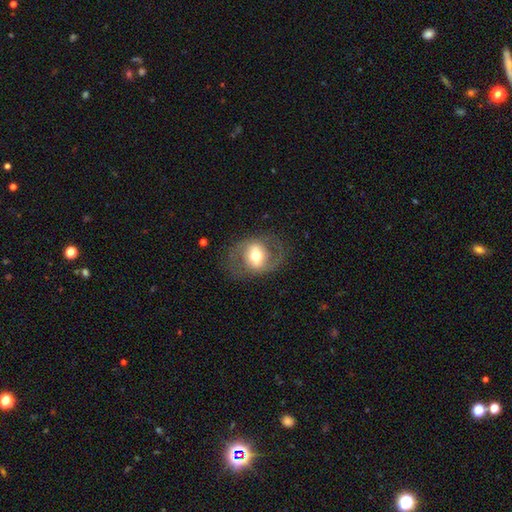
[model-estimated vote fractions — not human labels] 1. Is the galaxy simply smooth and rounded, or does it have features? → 60% featured or disk, 33% smooth, 7% star or artifact.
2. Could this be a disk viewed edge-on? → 93% no, 7% yes.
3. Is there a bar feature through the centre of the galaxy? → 37% weak, 34% strong, 29% no.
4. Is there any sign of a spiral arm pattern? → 51% yes, 49% no.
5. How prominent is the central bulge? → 62% moderate, 26% large, 9% small, 3% dominant, 1% none.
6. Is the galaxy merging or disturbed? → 73% none, 14% minor disturbance, 12% major disturbance, 1% merger.